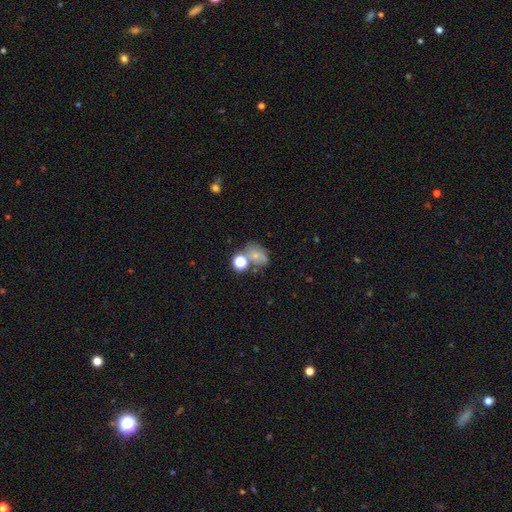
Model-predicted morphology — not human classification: This is likely a smooth galaxy (61%). How rounded: possibly in between (55%). Merging: marginally none (40%).